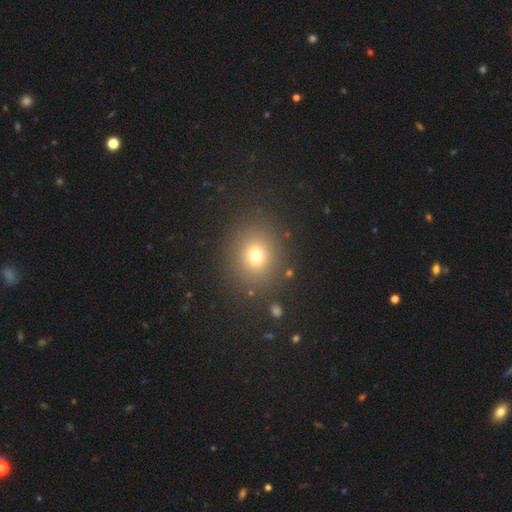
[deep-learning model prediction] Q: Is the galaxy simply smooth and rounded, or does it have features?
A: smooth — 72%.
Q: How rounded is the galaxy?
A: round — 77%.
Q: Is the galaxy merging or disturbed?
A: none — 87%.